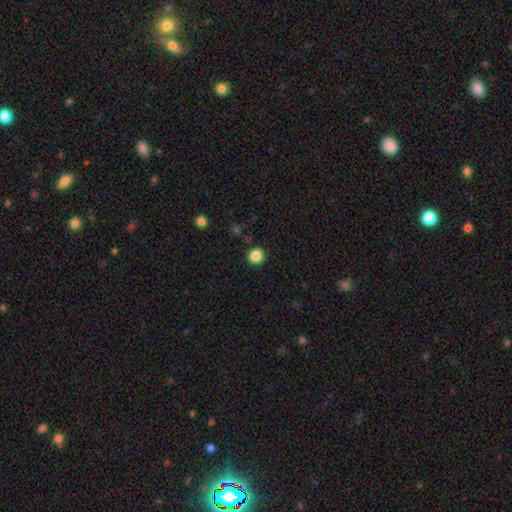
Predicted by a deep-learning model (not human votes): The model was most divided on "smooth or featured": smooth: 86%, star or artifact: 10%, featured or disk: 4%. More confident: how rounded — round (93%); merging — none (91%).